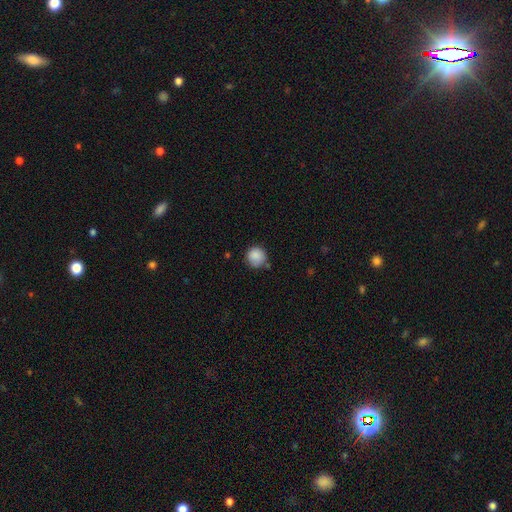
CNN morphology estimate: smooth_or_featured: smooth (p=0.87) [alt: star or artifact p=0.08]
how_rounded: round (p=0.93) [alt: in between p=0.06]
merging: none (p=0.71) [alt: minor disturbance p=0.20]